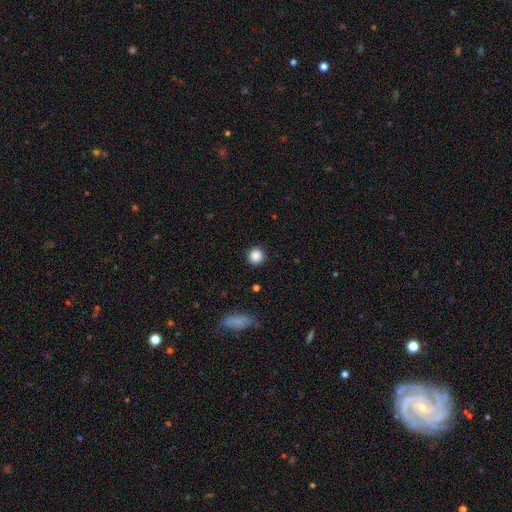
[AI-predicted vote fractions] This is clearly a smooth galaxy (86%). How rounded: clearly round (94%). Merging: clearly none (90%).